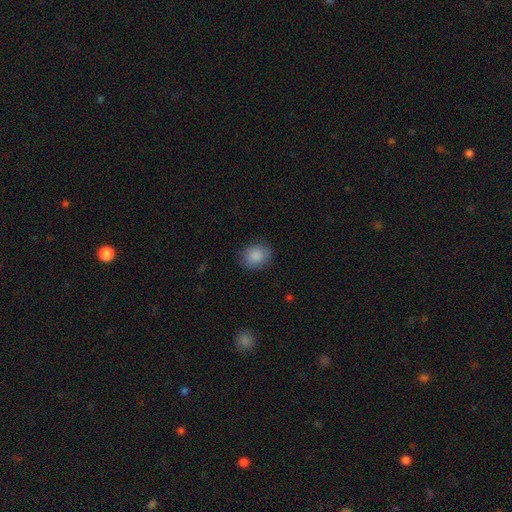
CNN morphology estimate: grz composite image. It shows a smooth galaxy with no disk features (88%) that is round (62%). Merging: none (84%).